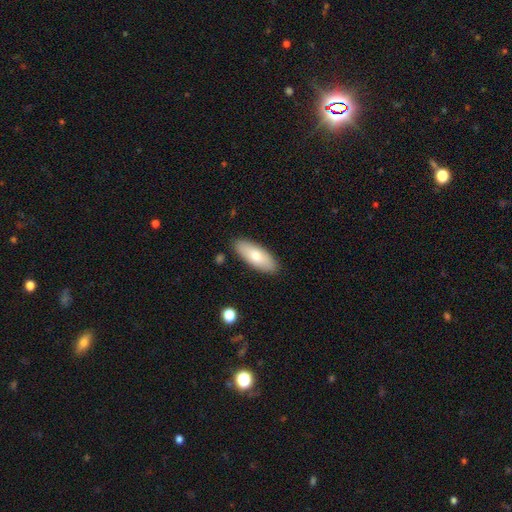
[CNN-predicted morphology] type=smooth (71%); roundness=in between (77%); merging=none (88%).